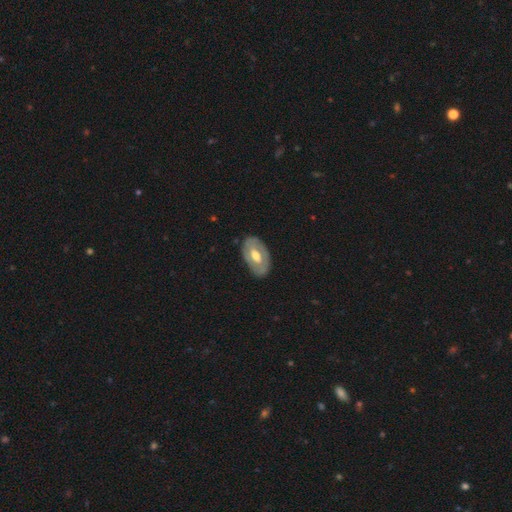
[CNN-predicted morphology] A featured or disk galaxy (56%) with no bar (54%), no spiral arms (75%) and a moderate central bulge (66%). Merging: none (81%).